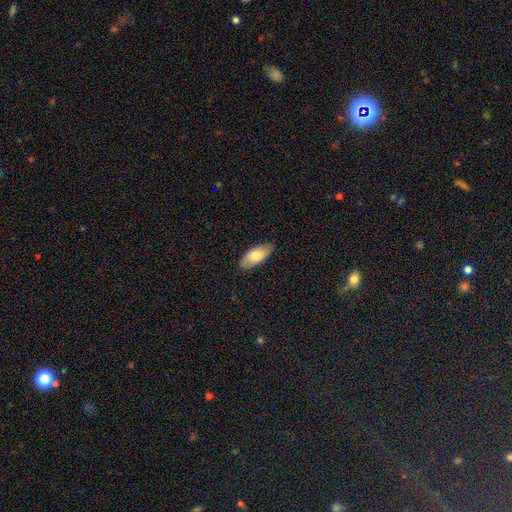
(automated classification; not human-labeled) Smooth or featured?
  - smooth: 79% *
  - featured or disk: 16%
  - star or artifact: 6%
How rounded?
  - in between: 88% *
  - cigar-shaped: 10%
  - round: 2%
Merging?
  - none: 86% *
  - minor disturbance: 11%
  - major disturbance: 2%
  - merger: 1%